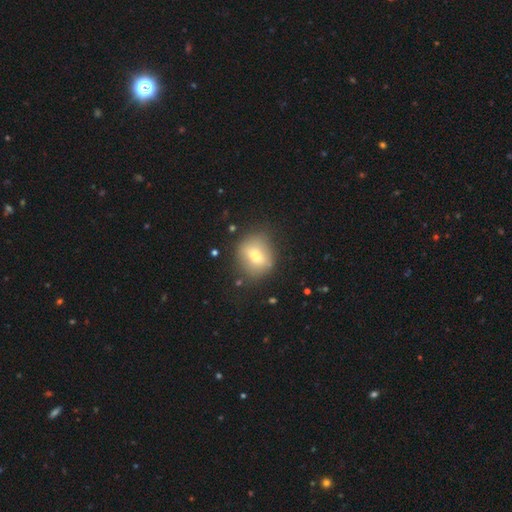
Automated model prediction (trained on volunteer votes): smooth-or-featured: smooth: 69% | featured or disk: 21% | star or artifact: 10%
  how-rounded: round: 62% | in between: 36% | cigar-shaped: 2%
  merging: none: 74% | minor disturbance: 17% | major disturbance: 6% | merger: 3%